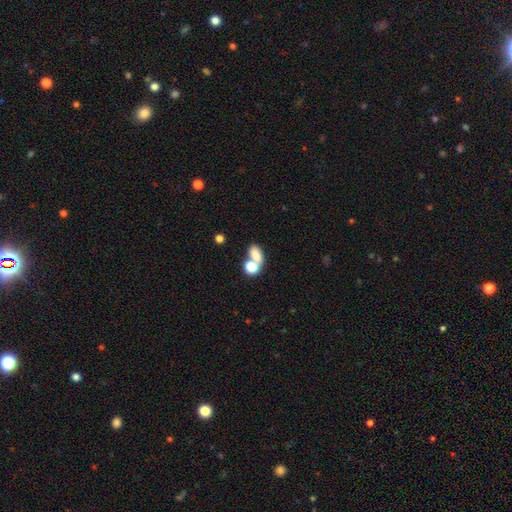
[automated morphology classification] Smooth or featured?
  - smooth: 74% *
  - featured or disk: 13%
  - star or artifact: 13%
How rounded?
  - in between: 72% *
  - round: 25%
  - cigar-shaped: 3%
Merging?
  - merger: 54% *
  - none: 31%
  - minor disturbance: 9%
  - major disturbance: 7%